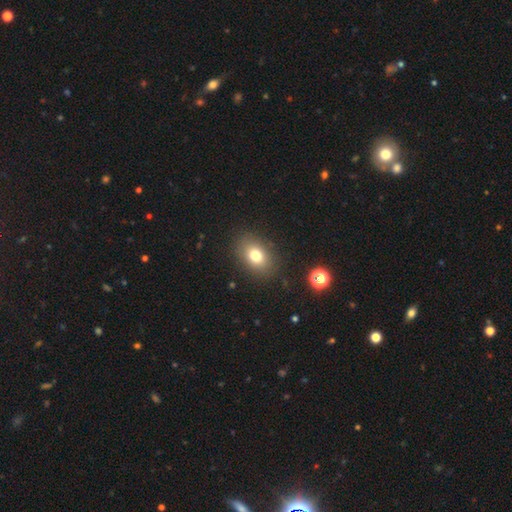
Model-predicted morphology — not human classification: Smooth or featured: smooth — 77% (star or artifact — 12%)
How rounded: in between — 73% (round — 26%)
Merging: none — 86% (minor disturbance — 9%)